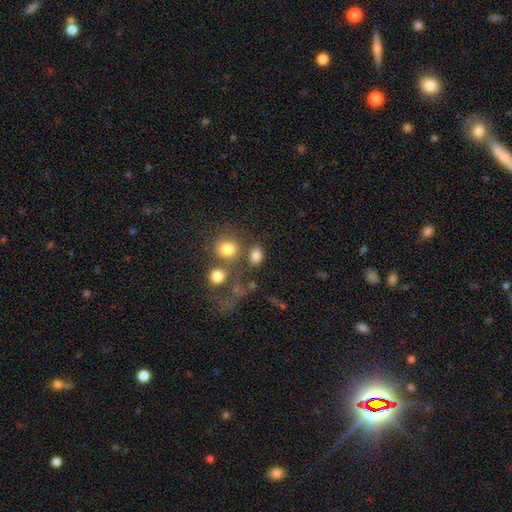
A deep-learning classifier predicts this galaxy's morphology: smooth_or_featured: smooth (p=0.80) [alt: star or artifact p=0.12]
how_rounded: in between (p=0.54) [alt: round p=0.45]
merging: none (p=0.61) [alt: merger p=0.20]